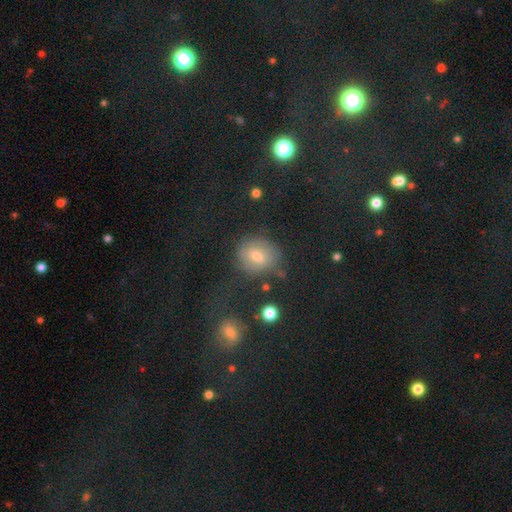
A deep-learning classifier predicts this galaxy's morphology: Q: Smooth or featured?
A: smooth (55%); runner-up: star or artifact (26%)
Q: How rounded?
A: round (67%); runner-up: in between (31%)
Q: Merging?
A: none (69%); runner-up: minor disturbance (18%)